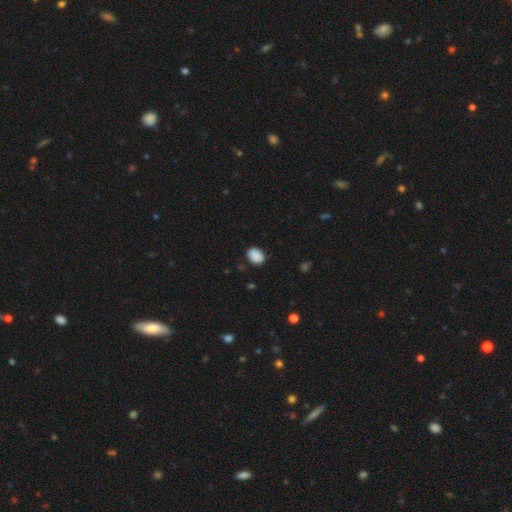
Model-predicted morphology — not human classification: type=smooth (89%); roundness=in between (74%); merging=none (82%).